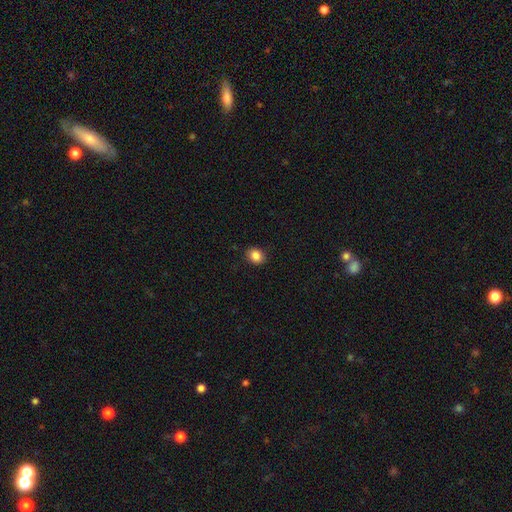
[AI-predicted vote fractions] This is clearly a smooth galaxy (85%). How rounded: likely round (61%). Merging: clearly none (89%).